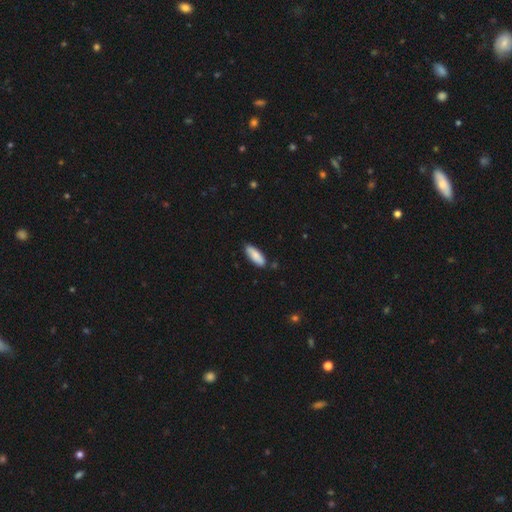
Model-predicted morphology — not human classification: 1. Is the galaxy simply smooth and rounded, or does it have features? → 86% smooth, 9% featured or disk, 6% star or artifact.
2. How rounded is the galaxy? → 65% in between, 34% cigar-shaped, 2% round.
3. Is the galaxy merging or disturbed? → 83% none, 14% minor disturbance, 2% major disturbance, 2% merger.